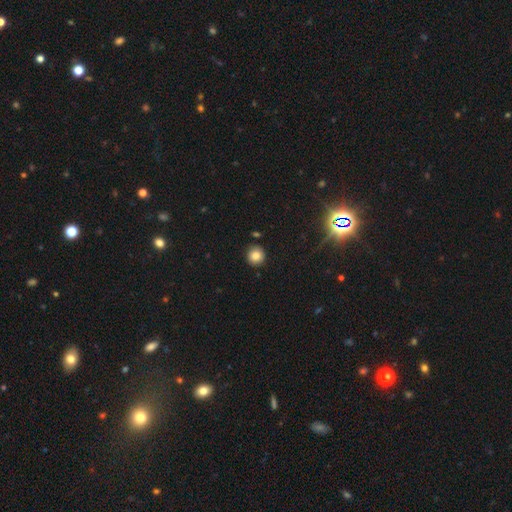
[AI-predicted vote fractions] Morphology: type=smooth (83%); roundness=round (94%); merging=none (89%).